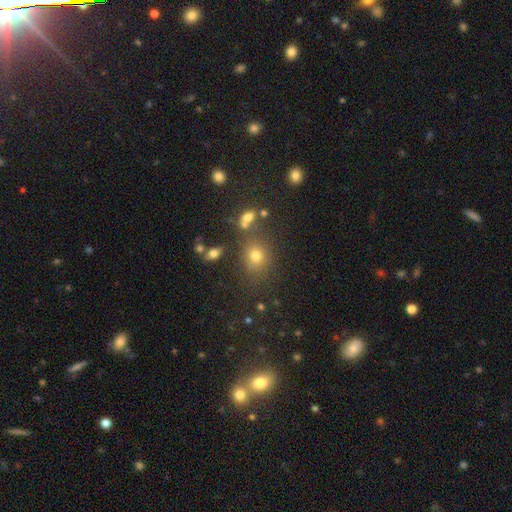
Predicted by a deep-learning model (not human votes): The model was most divided on "how rounded": round: 63%, in between: 36%, cigar-shaped: 1%. More confident: merging — none (71%); smooth or featured — smooth (69%).